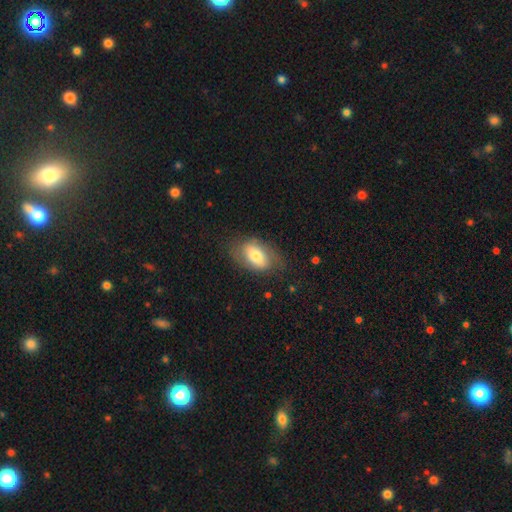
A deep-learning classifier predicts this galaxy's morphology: smooth_or_featured: smooth (p=0.64) [alt: featured or disk p=0.30]
how_rounded: in between (p=0.90) [alt: round p=0.08]
merging: none (p=0.67) [alt: minor disturbance p=0.22]